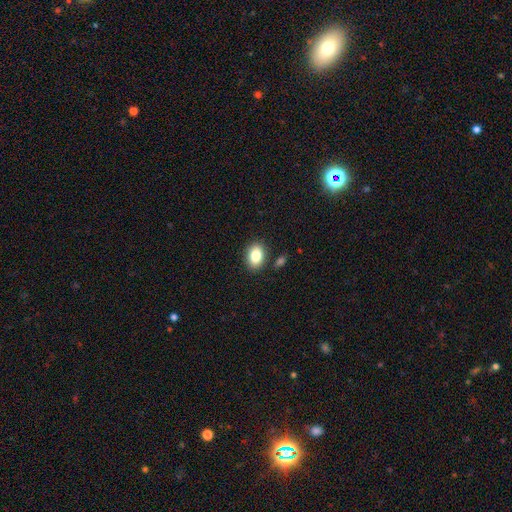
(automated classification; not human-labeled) smooth_or_featured: smooth (p=0.83) [alt: star or artifact p=0.09]
how_rounded: in between (p=0.77) [alt: round p=0.21]
merging: none (p=0.84) [alt: minor disturbance p=0.09]